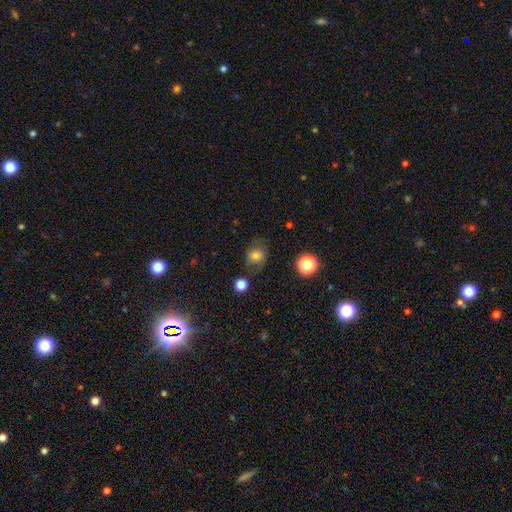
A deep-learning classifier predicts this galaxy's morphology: type=smooth (72%); roundness=round (67%); merging=none (68%).